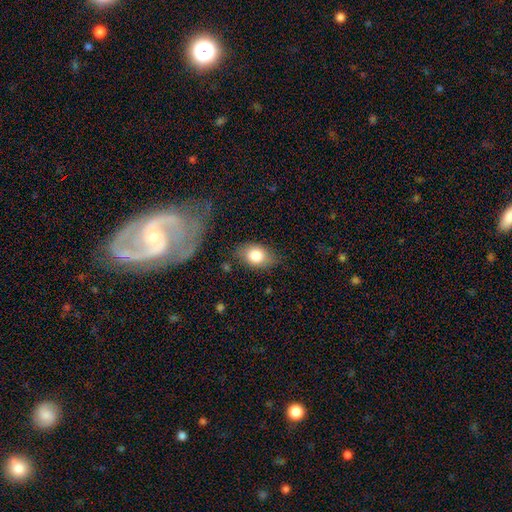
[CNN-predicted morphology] Smooth or featured: smooth — 78% (featured or disk — 14%)
How rounded: in between — 82% (round — 16%)
Merging: none — 75% (minor disturbance — 18%)